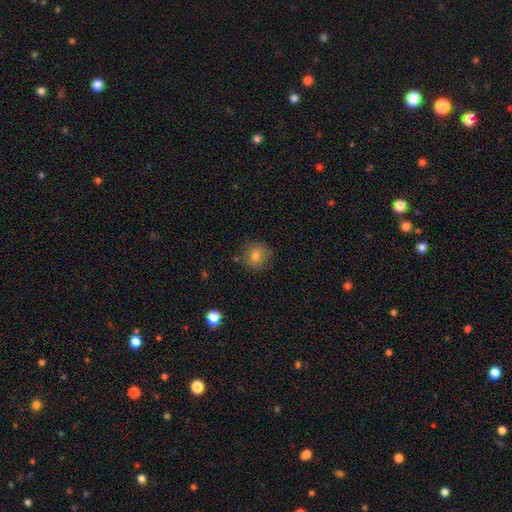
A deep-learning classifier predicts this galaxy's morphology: Smooth or featured: smooth — 77% (featured or disk — 12%)
How rounded: round — 82% (in between — 17%)
Merging: none — 83% (minor disturbance — 12%)